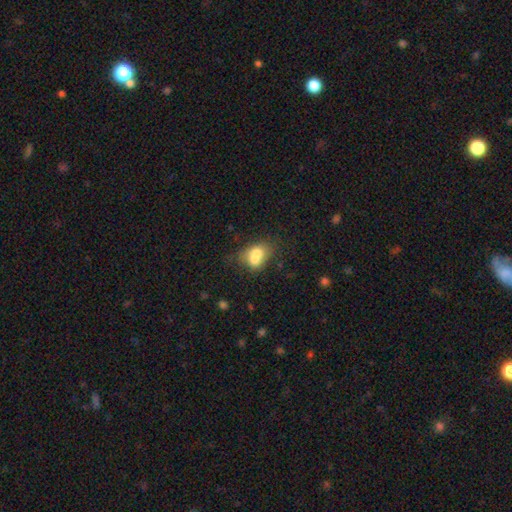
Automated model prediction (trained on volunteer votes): Q: Smooth or featured?
A: smooth (67%); runner-up: featured or disk (22%)
Q: How rounded?
A: in between (56%); runner-up: round (42%)
Q: Merging?
A: merger (58%); runner-up: none (27%)